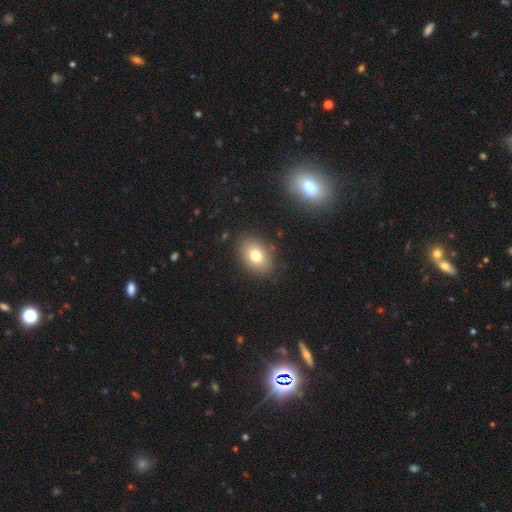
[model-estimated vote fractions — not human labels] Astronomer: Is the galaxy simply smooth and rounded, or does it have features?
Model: smooth — 77%.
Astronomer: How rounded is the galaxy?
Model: in between — 77%.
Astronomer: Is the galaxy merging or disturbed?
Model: none — 86%.